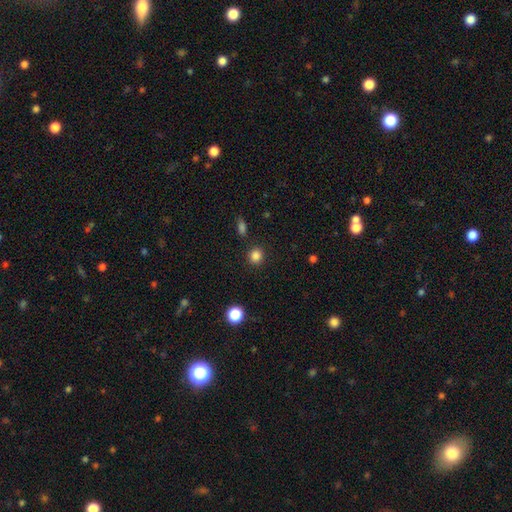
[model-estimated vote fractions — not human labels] Q: Smooth or featured?
A: smooth (85%); runner-up: star or artifact (12%)
Q: How rounded?
A: round (87%); runner-up: in between (12%)
Q: Merging?
A: none (88%); runner-up: minor disturbance (7%)